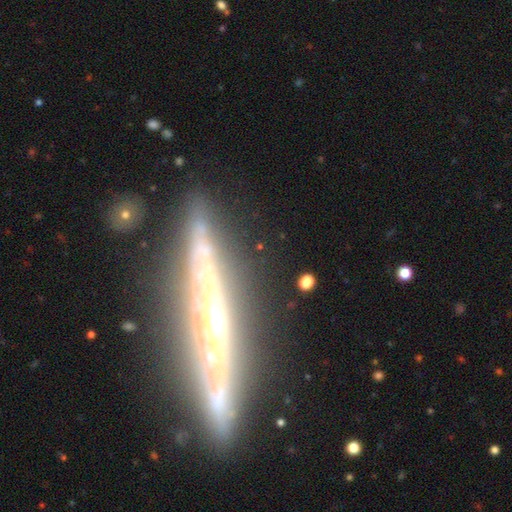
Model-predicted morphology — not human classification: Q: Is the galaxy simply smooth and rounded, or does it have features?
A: featured or disk — 83%.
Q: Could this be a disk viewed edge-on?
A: yes — 87%.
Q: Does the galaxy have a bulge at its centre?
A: rounded — 57%.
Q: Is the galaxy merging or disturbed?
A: none — 82%.